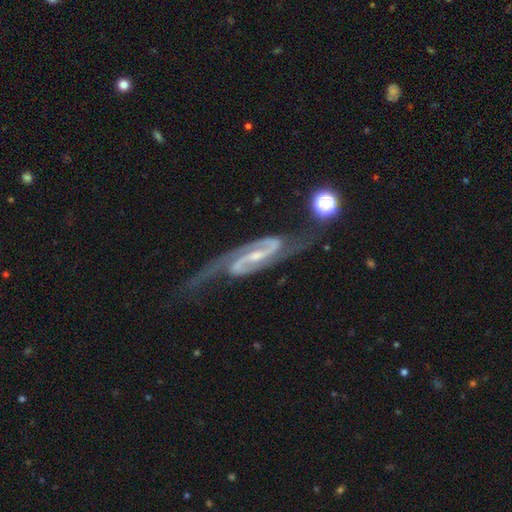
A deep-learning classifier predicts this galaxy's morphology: The model was most divided on "bar": strong: 54%, weak: 33%, no: 13%. More confident: spiral arms — yes (99%); edge-on disk — no (95%); spiral arm count — 2 (94%); smooth or featured — featured or disk (93%); bulge size — small (69%); merging — none (66%); spiral winding — medium (57%).